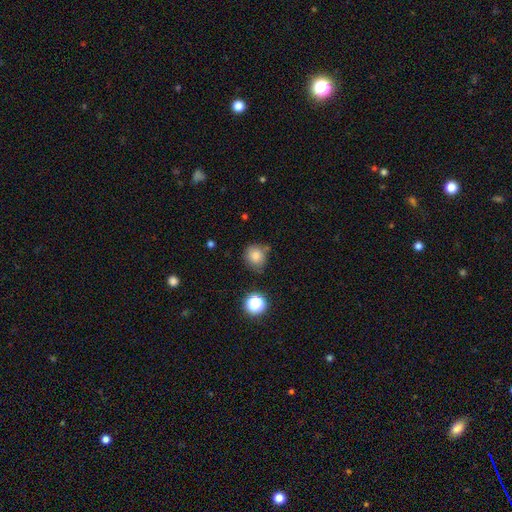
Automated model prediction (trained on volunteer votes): The model was most divided on "merging": none: 68%, minor disturbance: 21%, merger: 6%, major disturbance: 5%. More confident: how rounded — round (81%); smooth or featured — smooth (80%).